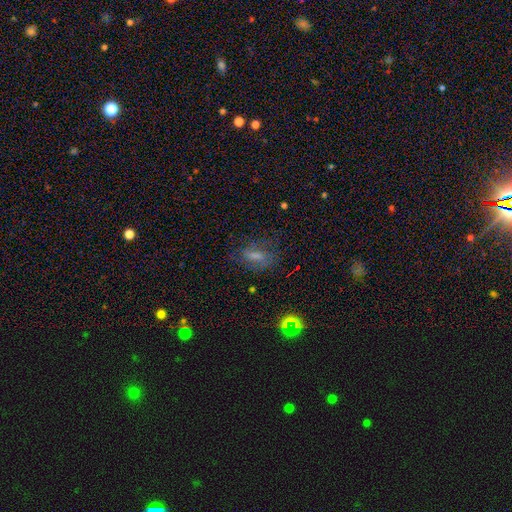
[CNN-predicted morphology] Smooth or featured? smooth (57%)
How rounded? in between (71%)
Merging? none (62%)